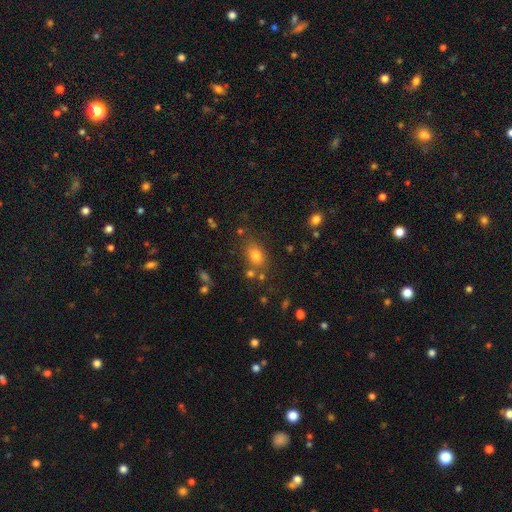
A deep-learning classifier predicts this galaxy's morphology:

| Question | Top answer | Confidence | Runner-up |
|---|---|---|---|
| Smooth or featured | smooth | 77% | star or artifact (14%) |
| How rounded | in between | 72% | round (26%) |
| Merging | none | 71% | minor disturbance (14%) |